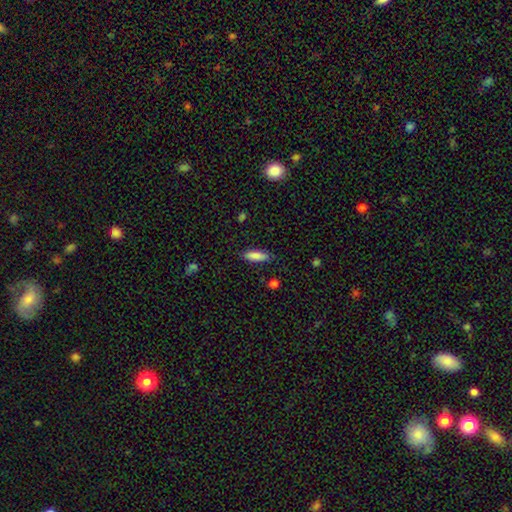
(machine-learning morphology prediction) Smooth or featured? Predicted: smooth (p=0.86). How rounded? Predicted: in between (p=0.56). Merging? Predicted: none (p=0.83).